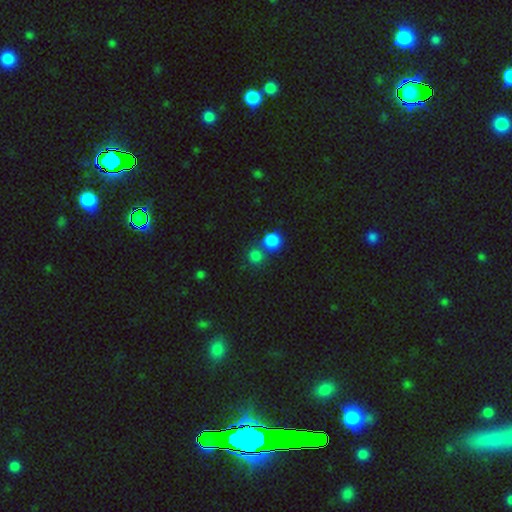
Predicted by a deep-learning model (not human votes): Q: Smooth or featured?
A: smooth (80%); runner-up: star or artifact (14%)
Q: How rounded?
A: round (86%); runner-up: in between (12%)
Q: Merging?
A: none (52%); runner-up: merger (37%)